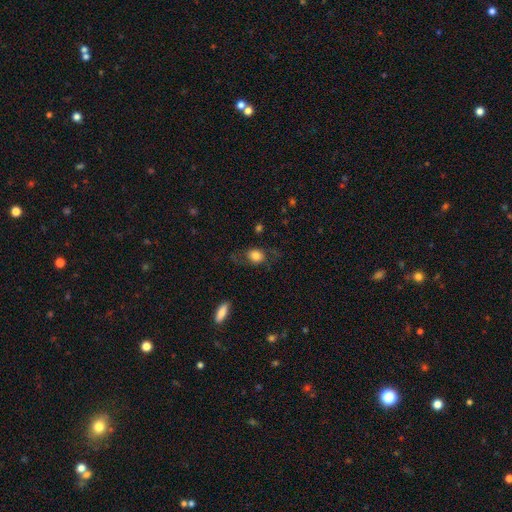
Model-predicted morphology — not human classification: smooth 76%, featured or disk 15%, star or artifact 9%. Down the decision tree: how rounded — round (50%); merging — none (63%).